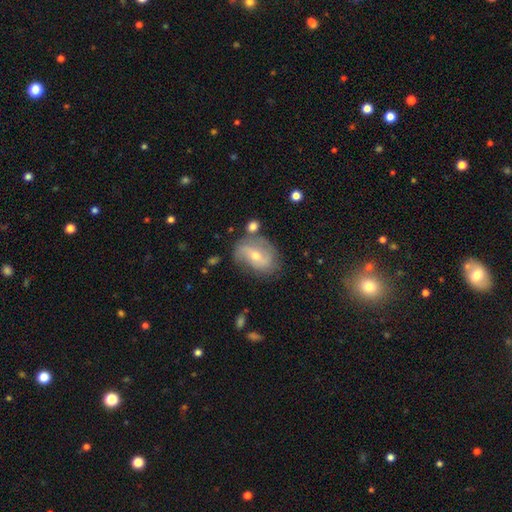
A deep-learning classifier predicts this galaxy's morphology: Smooth or featured? featured or disk (65%)
Edge-on disk? no (94%)
Bar? weak (40%)
Spiral arms? yes (80%)
Bulge size? moderate (56%)
Merging? none (62%)